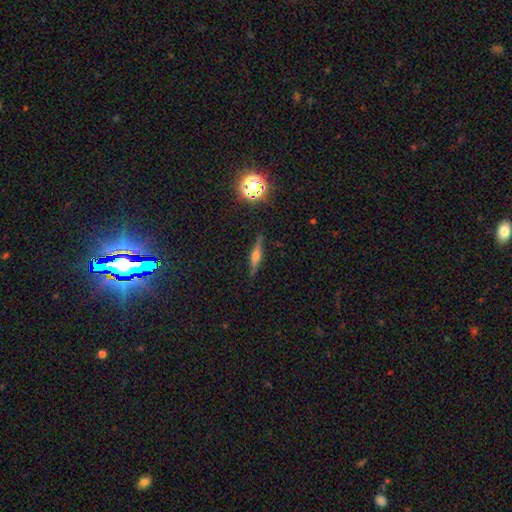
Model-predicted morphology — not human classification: smooth_or_featured: featured or disk (p=0.70) [alt: smooth p=0.20]
disk_edge_on: yes (p=0.97) [alt: no p=0.03]
edge_on_bulge: rounded (p=0.90) [alt: boxy p=0.06]
merging: none (p=0.88) [alt: minor disturbance p=0.09]